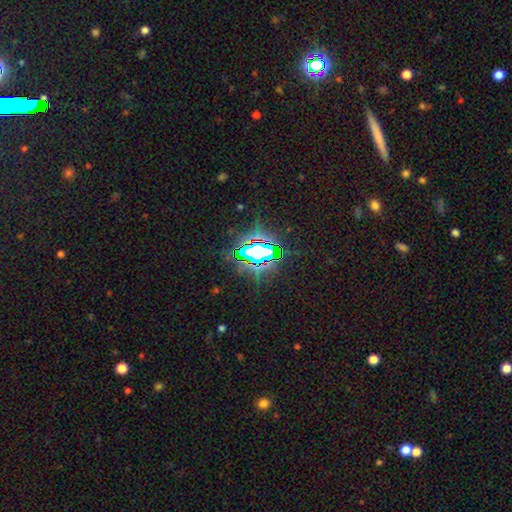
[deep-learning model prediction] Overall: star or artifact (78%).